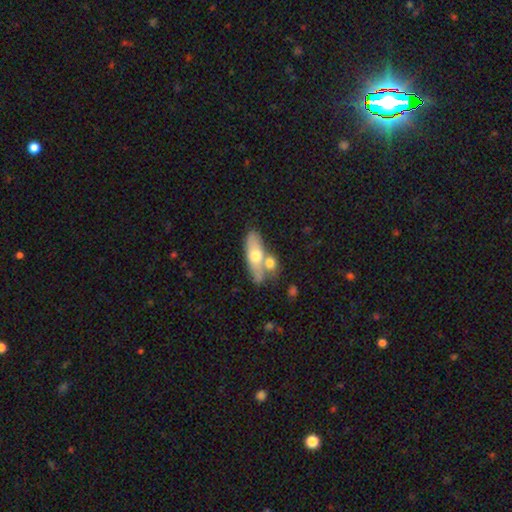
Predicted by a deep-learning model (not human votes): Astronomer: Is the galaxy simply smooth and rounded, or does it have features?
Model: smooth — 57% (runner-up: featured or disk, 37%).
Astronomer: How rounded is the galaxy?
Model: in between — 60%.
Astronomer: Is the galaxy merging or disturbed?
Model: none — 45% (runner-up: merger, 38%).